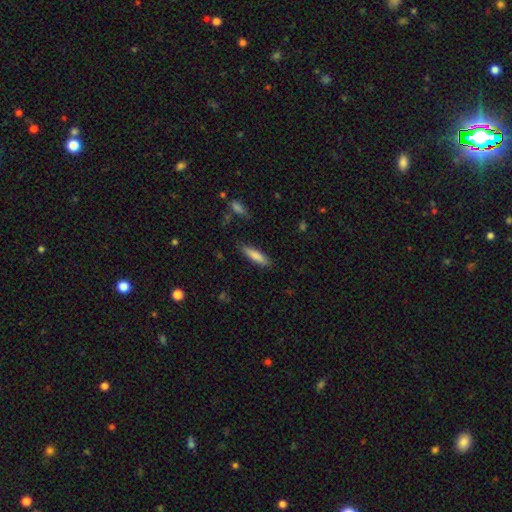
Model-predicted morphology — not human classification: smooth_or_featured: smooth (p=0.82) [alt: featured or disk p=0.12]
how_rounded: cigar-shaped (p=0.70) [alt: in between p=0.29]
merging: none (p=0.84) [alt: minor disturbance p=0.12]